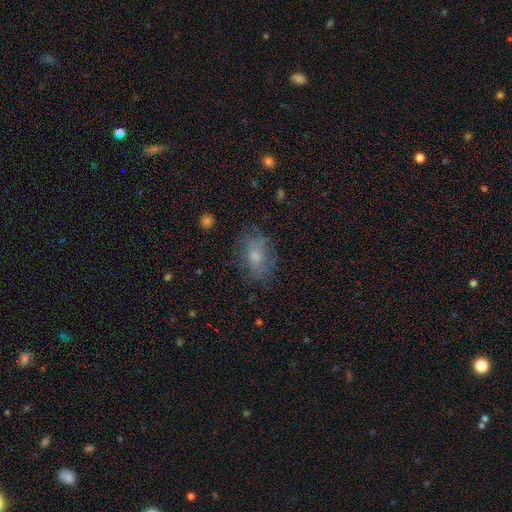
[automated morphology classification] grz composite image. It shows a smooth galaxy with no disk features (60%) that is in between round and cigar-shaped (78%). Merging: none (66%).